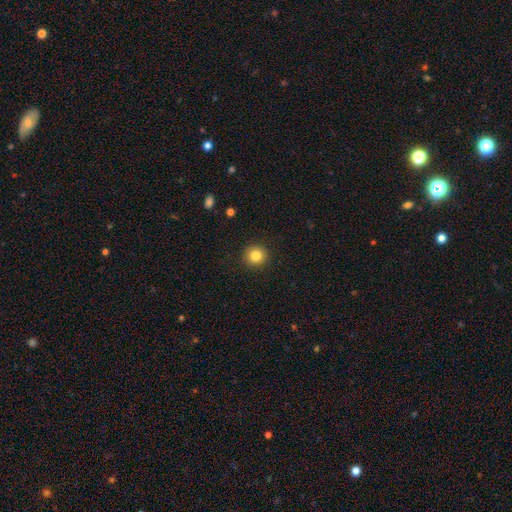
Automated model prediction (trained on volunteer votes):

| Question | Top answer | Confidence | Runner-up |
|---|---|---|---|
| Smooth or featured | smooth | 83% | star or artifact (11%) |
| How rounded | round | 93% | in between (6%) |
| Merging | none | 91% | minor disturbance (6%) |